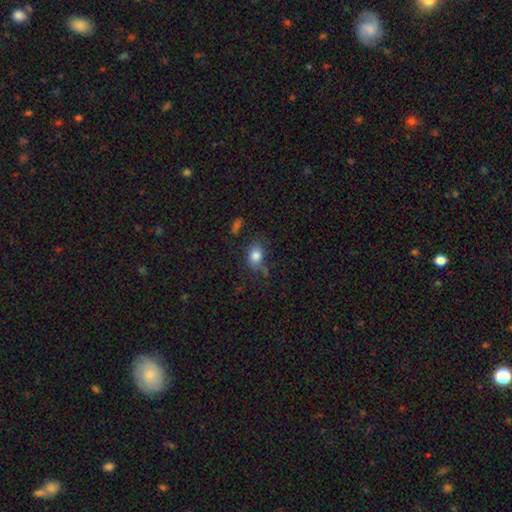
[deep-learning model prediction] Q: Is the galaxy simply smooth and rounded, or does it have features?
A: smooth — 82%.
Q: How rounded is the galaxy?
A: in between — 66%.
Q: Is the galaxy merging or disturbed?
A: none — 62%.